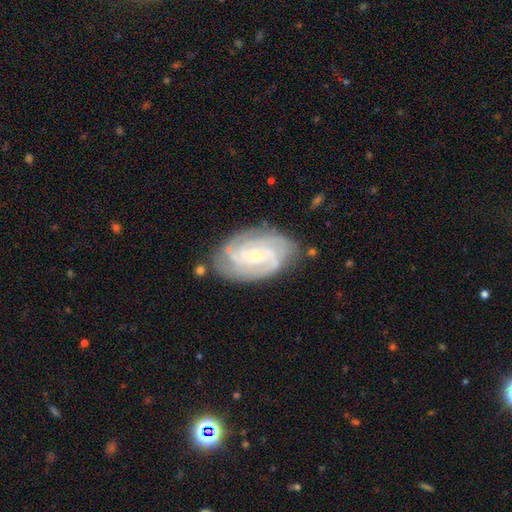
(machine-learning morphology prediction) A featured or disk galaxy (88%) with no bar (61%), 3 (28%) tight (70%) spiral arms (97%) and a small central bulge (76%). Merging: none (78%).